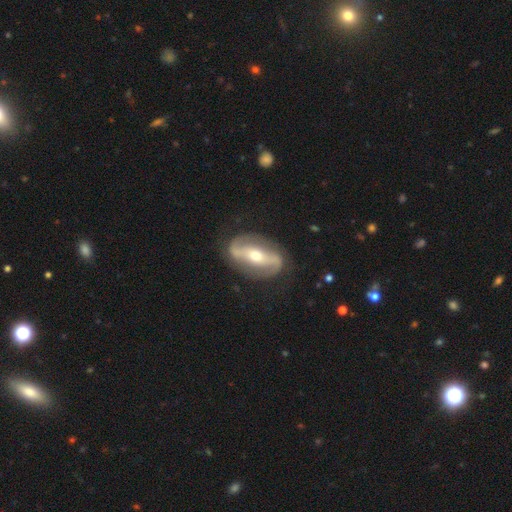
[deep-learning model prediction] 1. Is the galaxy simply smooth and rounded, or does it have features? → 82% featured or disk, 13% smooth, 5% star or artifact.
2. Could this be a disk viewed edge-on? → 92% no, 8% yes.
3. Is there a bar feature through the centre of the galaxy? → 62% strong, 19% weak, 18% no.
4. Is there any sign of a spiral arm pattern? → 83% yes, 17% no.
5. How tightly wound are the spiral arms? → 40% medium, 33% loose, 27% tight.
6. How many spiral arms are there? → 89% 2, 5% can't tell, 3% 1, 1% 3, 1% 4, 1% more than 4.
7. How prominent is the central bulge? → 58% moderate, 36% small, 4% large, 1% dominant, 1% none.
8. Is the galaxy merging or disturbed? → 82% none, 11% minor disturbance, 5% major disturbance, 1% merger.